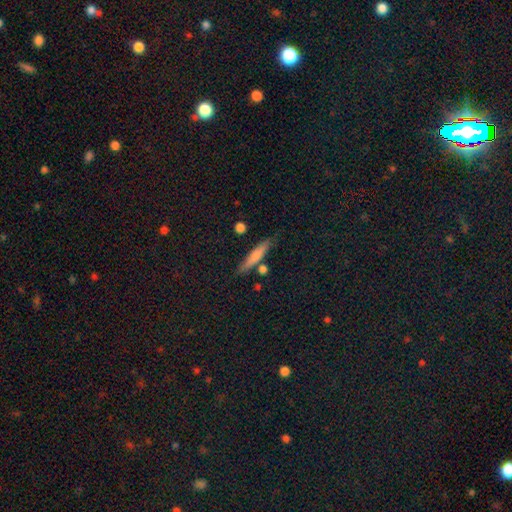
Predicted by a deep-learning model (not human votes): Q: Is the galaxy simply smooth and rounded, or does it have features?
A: smooth — 66%.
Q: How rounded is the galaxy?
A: cigar-shaped — 87%.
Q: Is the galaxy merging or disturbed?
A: none — 77%.